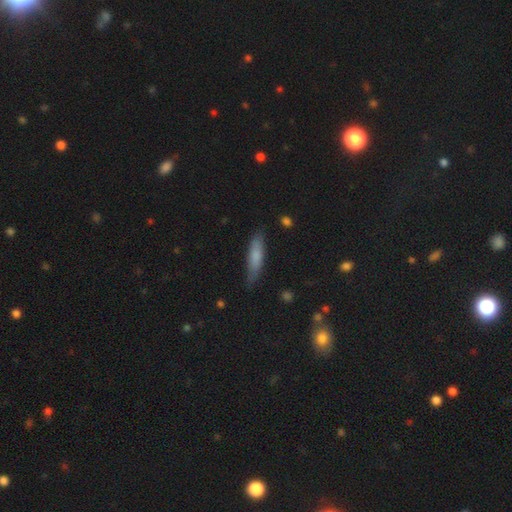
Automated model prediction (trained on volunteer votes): Morphology: type=smooth (76%); roundness=cigar-shaped (72%); merging=none (76%).